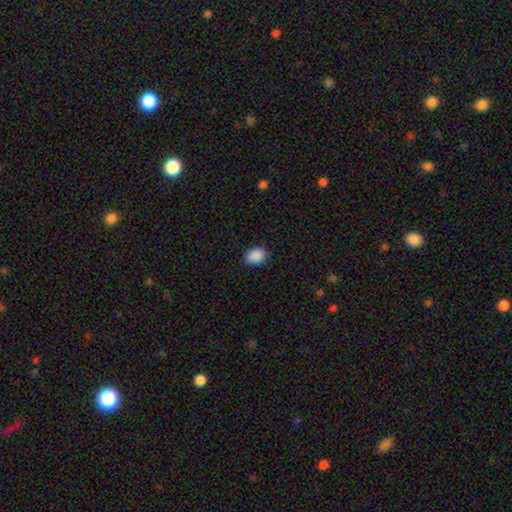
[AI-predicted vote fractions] Smooth or featured? smooth (89%)
How rounded? in between (64%)
Merging? none (82%)